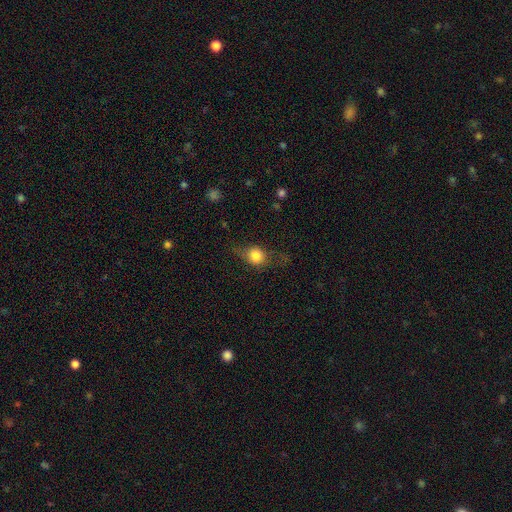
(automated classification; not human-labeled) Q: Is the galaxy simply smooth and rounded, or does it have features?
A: smooth — 71%.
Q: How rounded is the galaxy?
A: round — 65%.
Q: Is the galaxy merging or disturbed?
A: none — 58%.